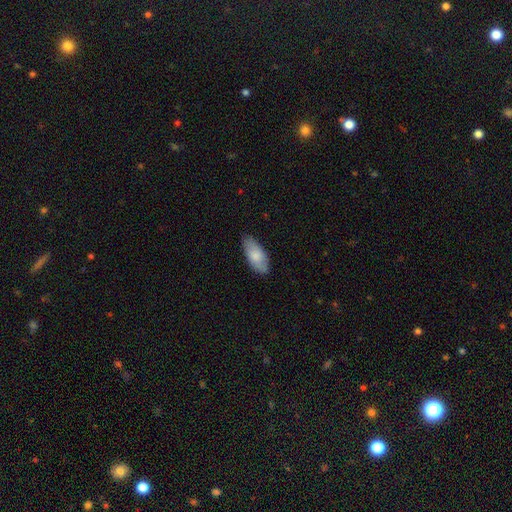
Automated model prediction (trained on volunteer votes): This is likely a smooth galaxy (80%). How rounded: clearly in between (90%). Merging: likely none (79%).